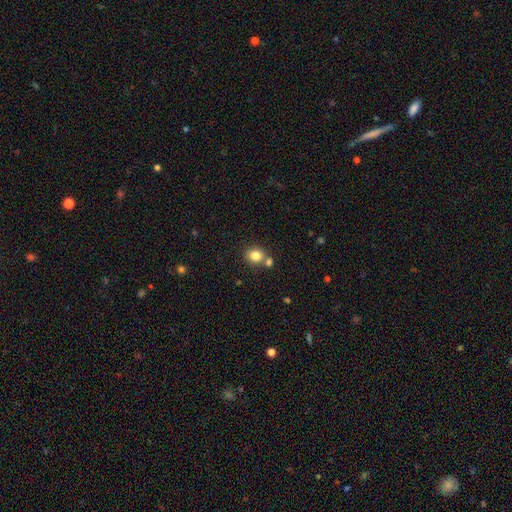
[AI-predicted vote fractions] smooth_or_featured: smooth (p=0.82) [alt: star or artifact p=0.11]
how_rounded: round (p=0.73) [alt: in between p=0.26]
merging: none (p=0.66) [alt: merger p=0.22]